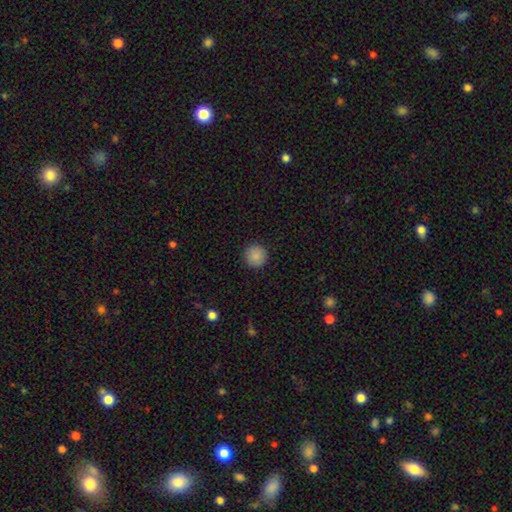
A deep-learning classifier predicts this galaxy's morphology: type=smooth (88%); roundness=round (95%); merging=none (92%).